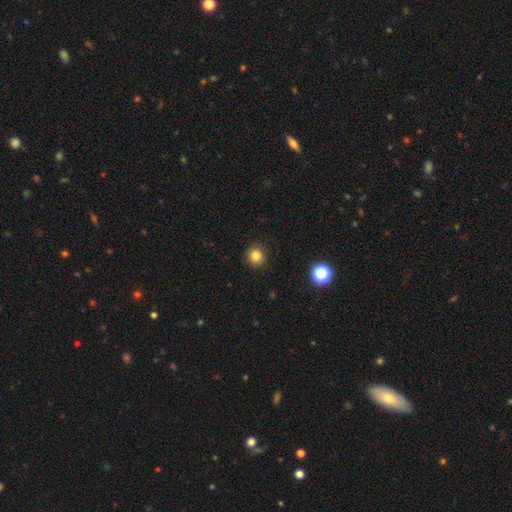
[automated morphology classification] This is clearly a smooth galaxy (83%). How rounded: clearly round (90%). Merging: clearly none (91%).